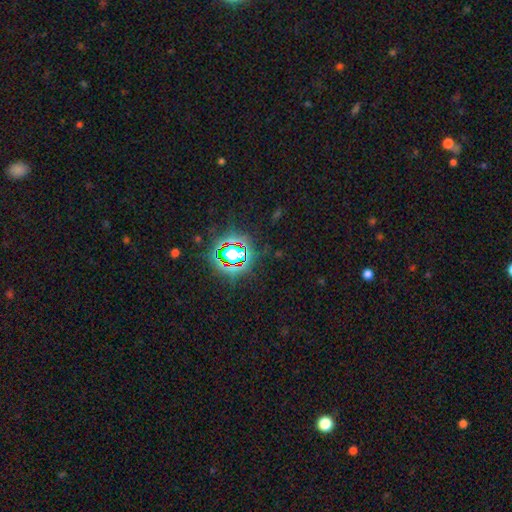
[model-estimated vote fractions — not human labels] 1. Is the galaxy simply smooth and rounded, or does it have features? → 79% star or artifact, 13% smooth, 8% featured or disk.